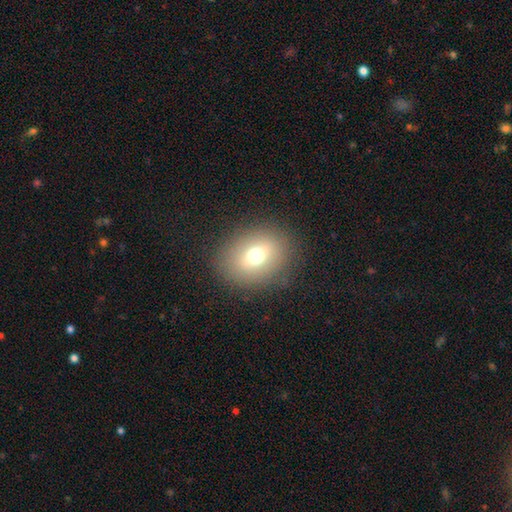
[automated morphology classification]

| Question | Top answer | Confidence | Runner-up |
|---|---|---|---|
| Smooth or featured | smooth | 68% | featured or disk (18%) |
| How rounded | round | 51% | in between (48%) |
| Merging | none | 86% | minor disturbance (9%) |